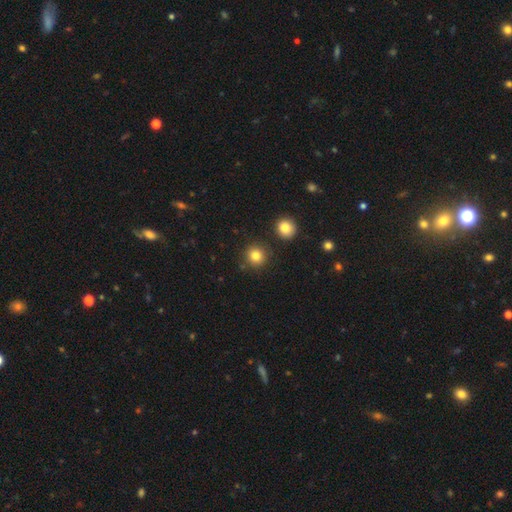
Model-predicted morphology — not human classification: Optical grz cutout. It shows a smooth galaxy with no disk features (83%) that is round (93%). Merging: none (88%).